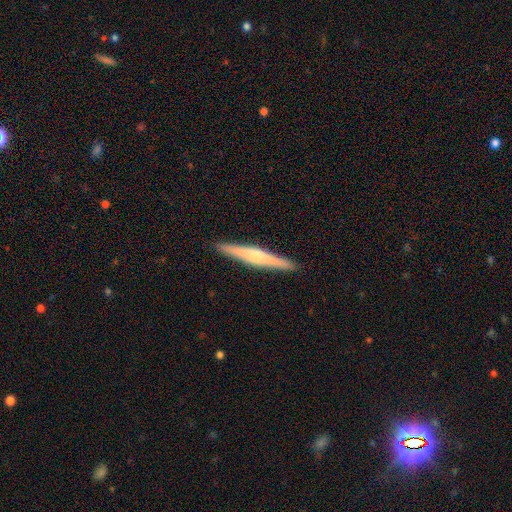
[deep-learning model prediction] This appears to be a featured or disk galaxy (63%) viewed edge-on (97%) with a rounded central bulge (75%). Merging: none (92%).